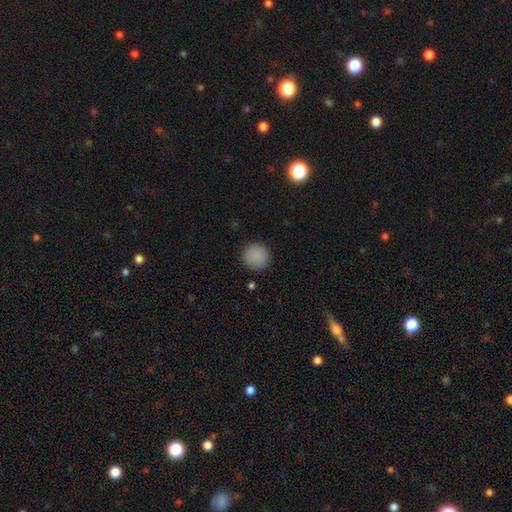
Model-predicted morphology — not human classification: Smooth or featured? Predicted: smooth (p=0.89). How rounded? Predicted: round (p=0.94). Merging? Predicted: none (p=0.91).